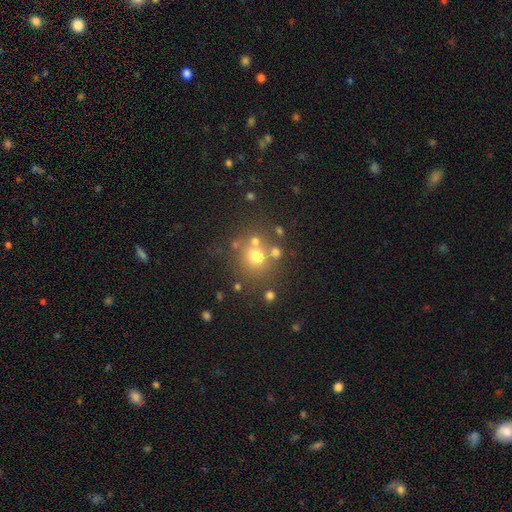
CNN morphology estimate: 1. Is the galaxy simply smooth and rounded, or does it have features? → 65% smooth, 20% star or artifact, 14% featured or disk.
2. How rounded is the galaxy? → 88% round, 12% in between, 1% cigar-shaped.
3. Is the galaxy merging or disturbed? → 67% none, 17% merger, 11% minor disturbance, 6% major disturbance.